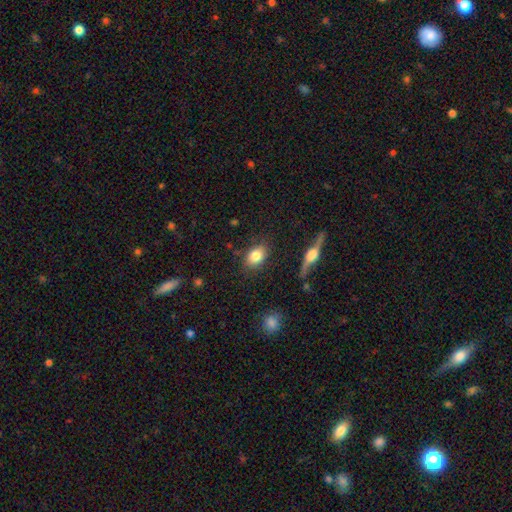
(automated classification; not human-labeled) Smooth or featured? Predicted: smooth (p=0.80). How rounded? Predicted: in between (p=0.76). Merging? Predicted: none (p=0.82).